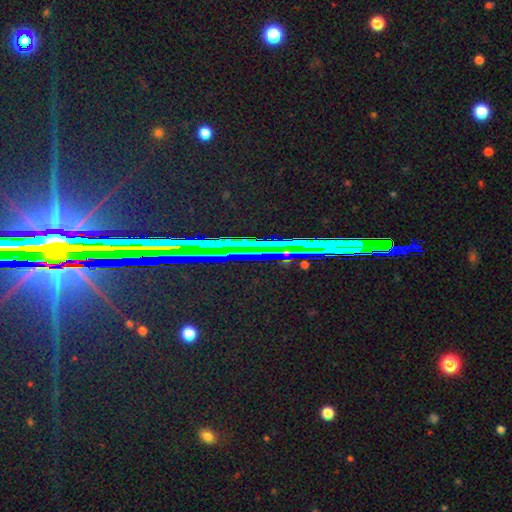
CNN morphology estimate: A star or artifact, not a galaxy (81%).